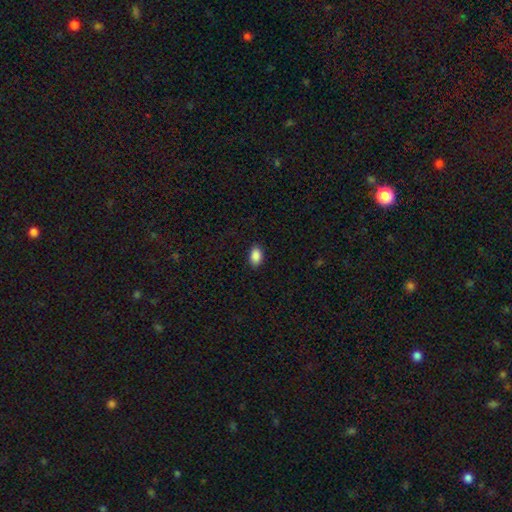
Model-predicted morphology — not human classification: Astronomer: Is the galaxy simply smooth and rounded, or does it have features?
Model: smooth — 89%.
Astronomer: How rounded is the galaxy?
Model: in between — 89%.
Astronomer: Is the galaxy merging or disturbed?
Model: none — 88%.